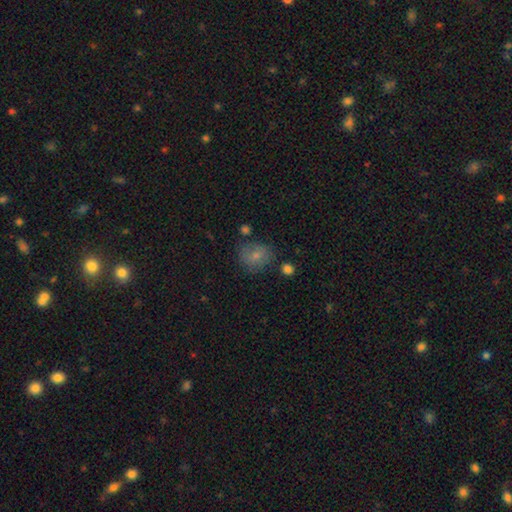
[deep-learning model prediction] smooth-or-featured: smooth: 75% | featured or disk: 14% | star or artifact: 11%
  how-rounded: round: 64% | in between: 35% | cigar-shaped: 1%
  merging: none: 68% | minor disturbance: 20% | major disturbance: 7% | merger: 6%